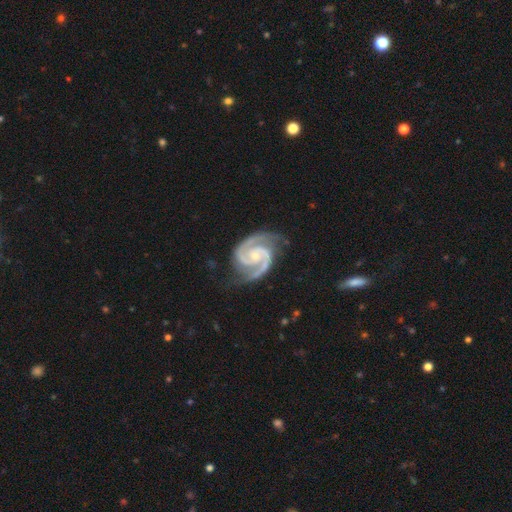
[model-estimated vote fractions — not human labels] Smooth or featured? Predicted: featured or disk (p=0.95). Edge-on disk? Predicted: no (p=0.98). Bar? Predicted: no (p=0.62). Spiral arms? Predicted: yes (p=0.99). Spiral winding? Predicted: medium (p=0.49). Spiral arm count? Predicted: 2 (p=0.92). Bulge size? Predicted: small (p=0.65). Merging? Predicted: none (p=0.75).